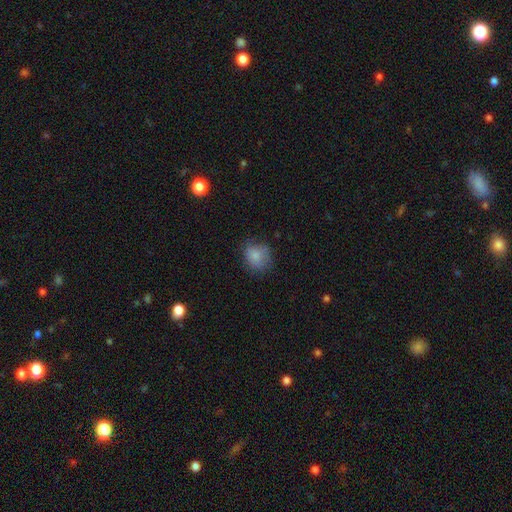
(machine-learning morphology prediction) smooth-or-featured: smooth: 81% | star or artifact: 10% | featured or disk: 10%
  how-rounded: round: 65% | in between: 34% | cigar-shaped: 1%
  merging: none: 64% | minor disturbance: 25% | major disturbance: 10% | merger: 1%